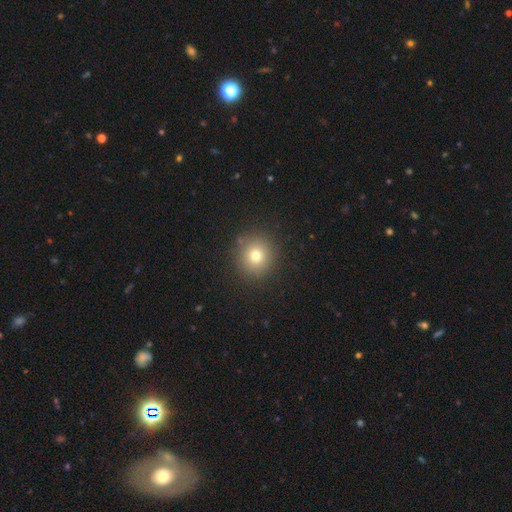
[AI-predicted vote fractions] Overall: smooth (75%). How rounded: round (92%). Merging: none (89%).